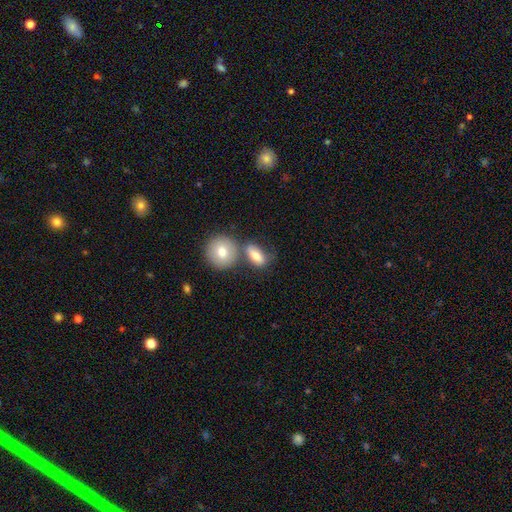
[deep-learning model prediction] smooth 79%, featured or disk 13%, star or artifact 8%. Down the decision tree: how rounded — in between (73%); merging — none (49%).